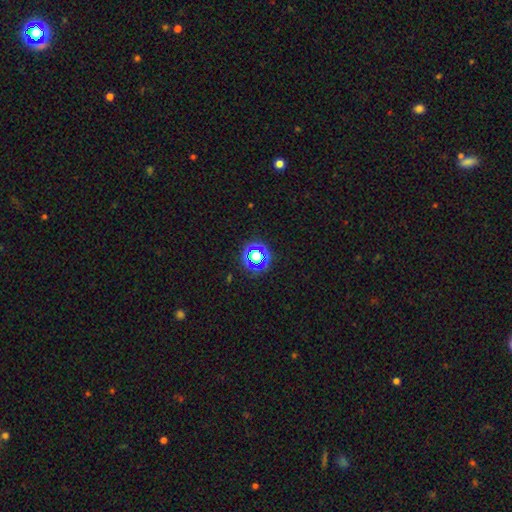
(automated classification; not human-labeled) Morphology: type=star or artifact (60%).